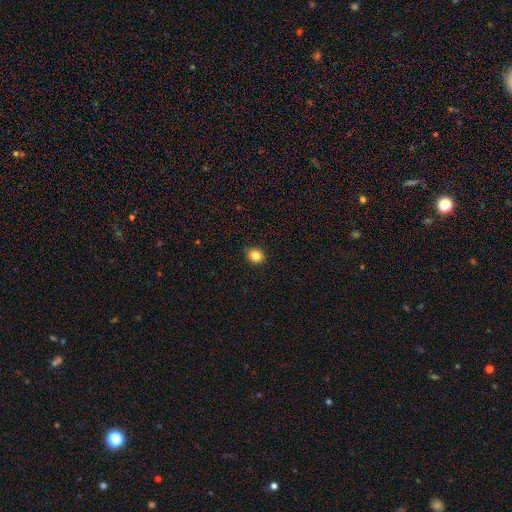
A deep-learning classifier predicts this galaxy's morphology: type=smooth (84%); roundness=round (64%); merging=none (84%).